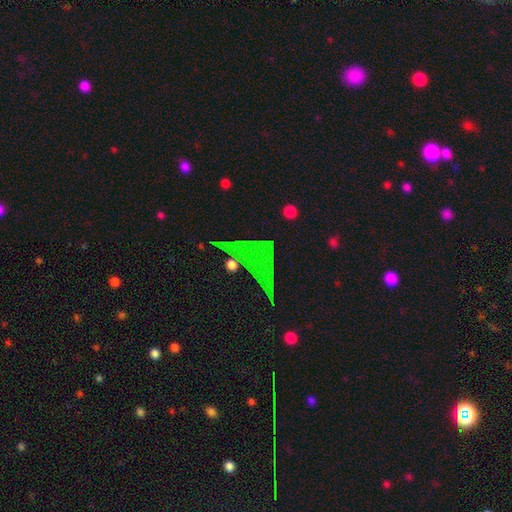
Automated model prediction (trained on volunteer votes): A star or artifact, not a galaxy (59%).